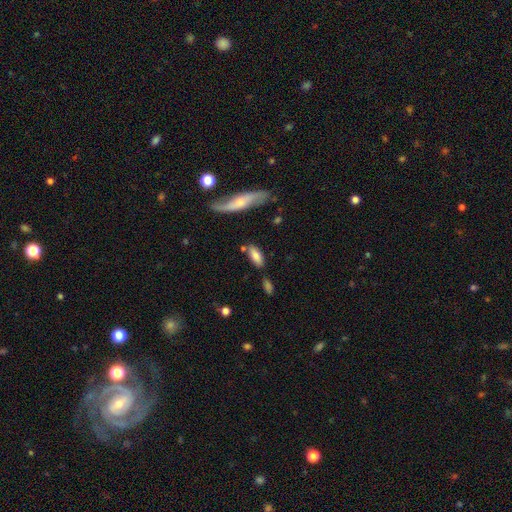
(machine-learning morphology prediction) A smooth galaxy with no disk features (75%) that is in between round and cigar-shaped (75%).

Vote fractions:
- Smooth or featured? smooth: 75% / featured or disk: 18% / star or artifact: 7%
- How rounded? in between: 75% / cigar-shaped: 23% / round: 3%
- Merging? none: 69% / minor disturbance: 17% / merger: 9% / major disturbance: 5%